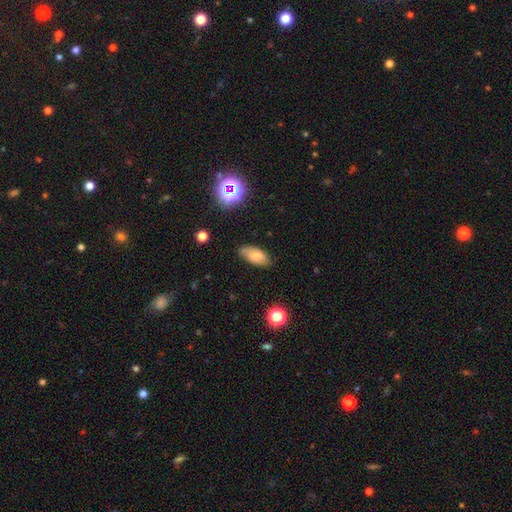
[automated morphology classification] Overall: smooth (68%). How rounded: in between (90%). Merging: none (72%).